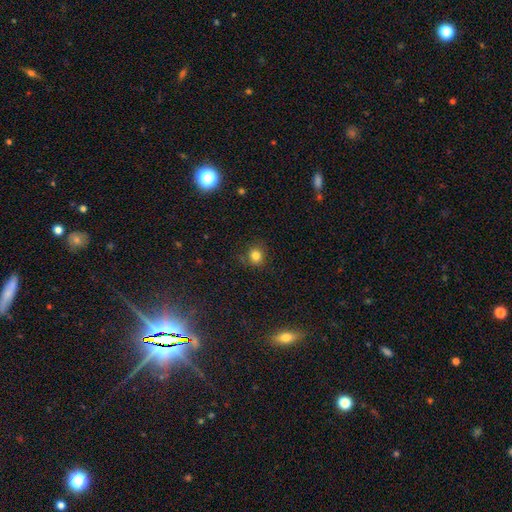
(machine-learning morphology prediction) A smooth galaxy with no disk features (80%) that is round (83%). Merging: none (81%).